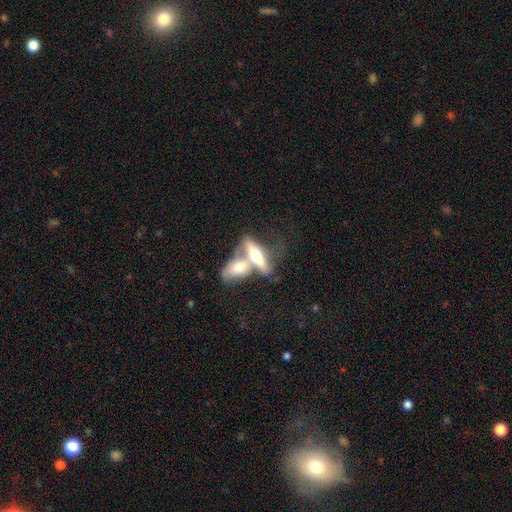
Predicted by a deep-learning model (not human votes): This appears to be a featured or disk galaxy (47%, tied with smooth). Merging: merger (67%).